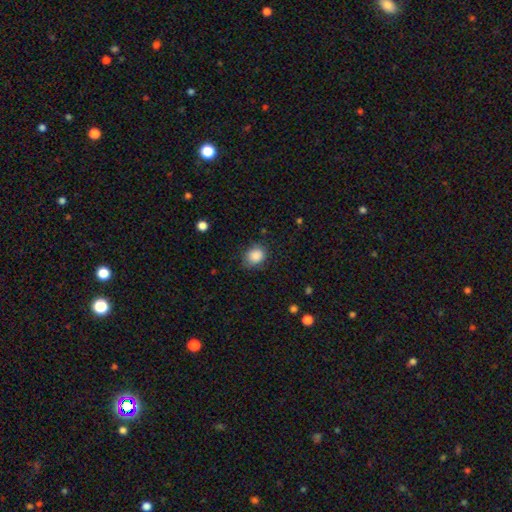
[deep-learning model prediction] This appears to be a smooth galaxy with no disk features (87%) that is round (60%). Merging: none (73%).